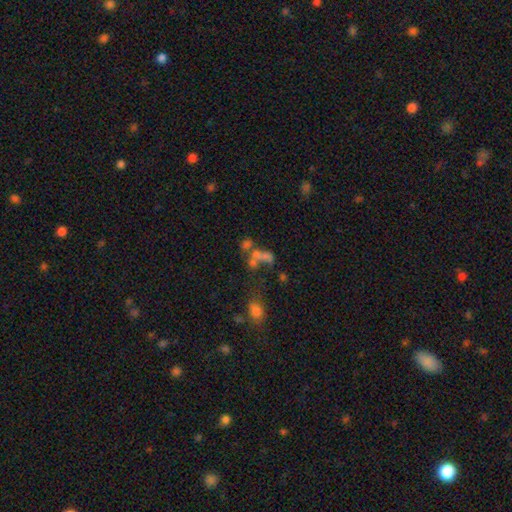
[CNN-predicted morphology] type=smooth (49%); merging=merger (45%).